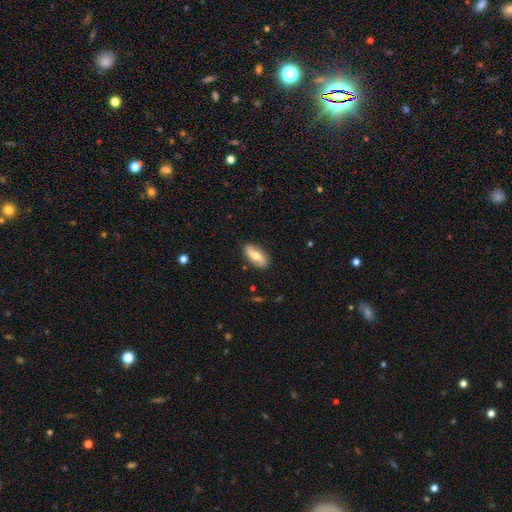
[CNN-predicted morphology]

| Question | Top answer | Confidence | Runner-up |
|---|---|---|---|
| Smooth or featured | smooth | 49% | featured or disk (45%) |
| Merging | none | 85% | minor disturbance (11%) |